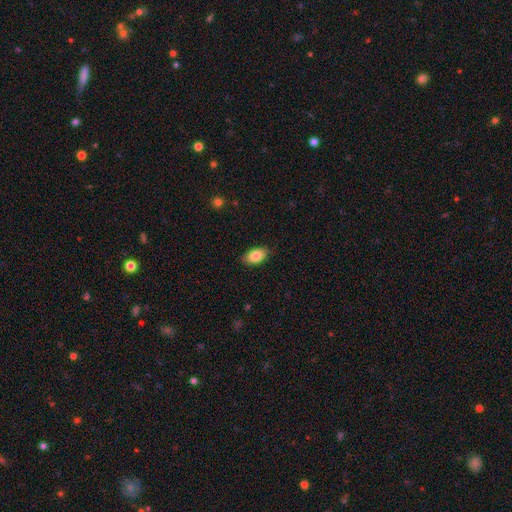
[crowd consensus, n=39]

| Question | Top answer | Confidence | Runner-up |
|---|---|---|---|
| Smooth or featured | smooth | 92% | featured or disk (5%) |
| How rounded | in between | 97% | round (3%) |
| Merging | none | 87% | minor disturbance (13%) |